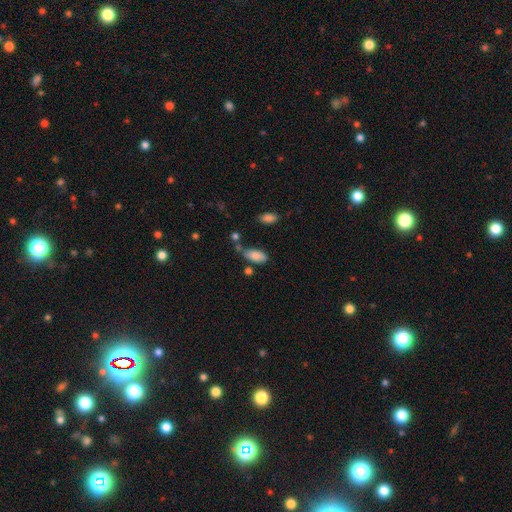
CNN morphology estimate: The model was most divided on "merging": none: 59%, minor disturbance: 24%, merger: 11%, major disturbance: 6%. More confident: how rounded — in between (91%); smooth or featured — smooth (83%).